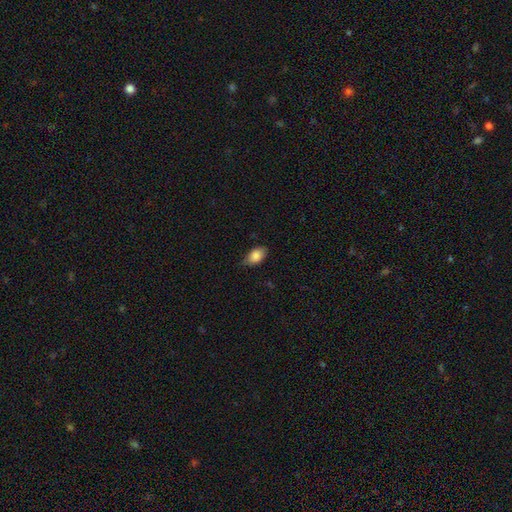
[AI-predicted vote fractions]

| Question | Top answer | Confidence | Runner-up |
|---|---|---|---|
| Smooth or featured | smooth | 86% | star or artifact (7%) |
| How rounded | in between | 88% | round (10%) |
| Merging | none | 72% | minor disturbance (23%) |